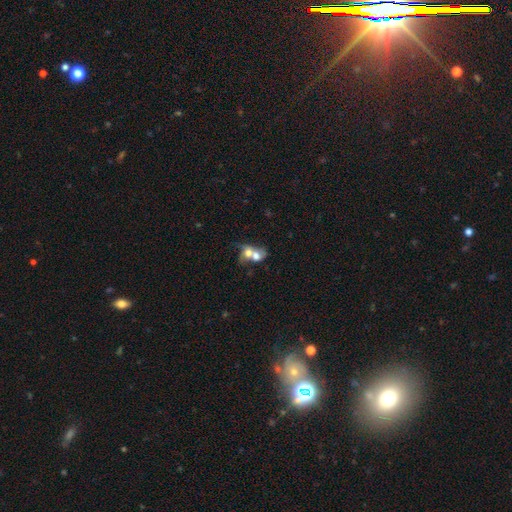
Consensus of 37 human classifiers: A featured or disk galaxy (49%) with no bar (94%), 2 (44%) tight (56%) spiral arms (50%, tied with no) and a large central bulge (39%).

Vote fractions:
- Smooth or featured? featured or disk: 49% / smooth: 46% / star or artifact: 5%
- Edge-on disk? no: 100% / yes: 0%
- Bar? no: 94% / weak: 6% / strong: 0%
- Spiral arms? yes: 50% (tied) / no: 50% (tied)
- Spiral winding? tight: 56% / medium: 33% / loose: 11%
- Spiral arm count? 2: 44% / can't tell: 33% / 1: 22% / 3: 0% / 4: 0% / more than 4: 0%
- Bulge size? large: 39% / dominant: 28% / moderate: 22% / small: 11% / none: 0%
- Merging? merger: 94% / none: 6% / minor disturbance: 0% / major disturbance: 0%